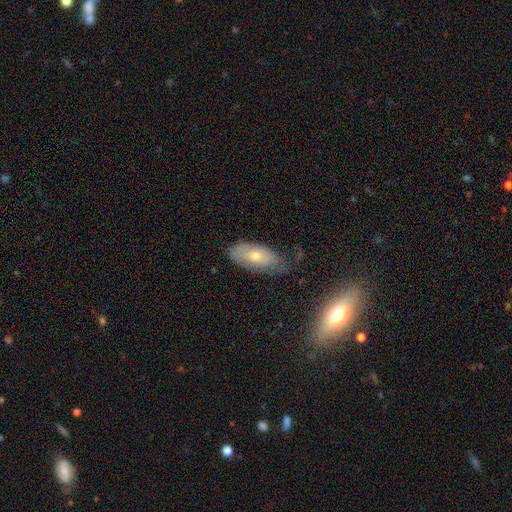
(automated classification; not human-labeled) Smooth or featured: smooth — 59% (featured or disk — 33%)
How rounded: in between — 85% (cigar-shaped — 12%)
Merging: none — 61% (minor disturbance — 29%)